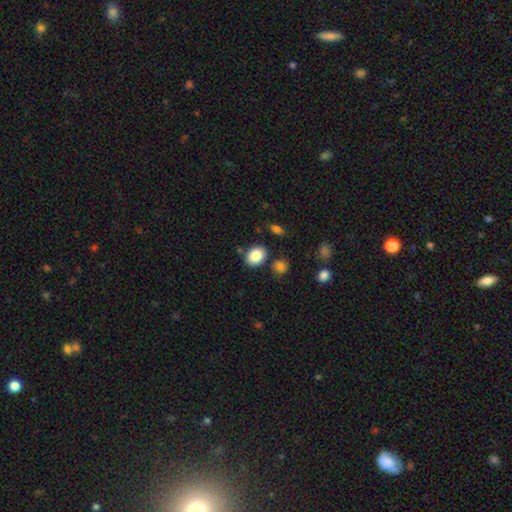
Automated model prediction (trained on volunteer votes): A smooth galaxy with no disk features (86%) that is in between round and cigar-shaped (68%).

Vote fractions:
- Smooth or featured? smooth: 86% / star or artifact: 8% / featured or disk: 6%
- How rounded? in between: 68% / round: 31% / cigar-shaped: 1%
- Merging? none: 80% / minor disturbance: 11% / merger: 6% / major disturbance: 3%